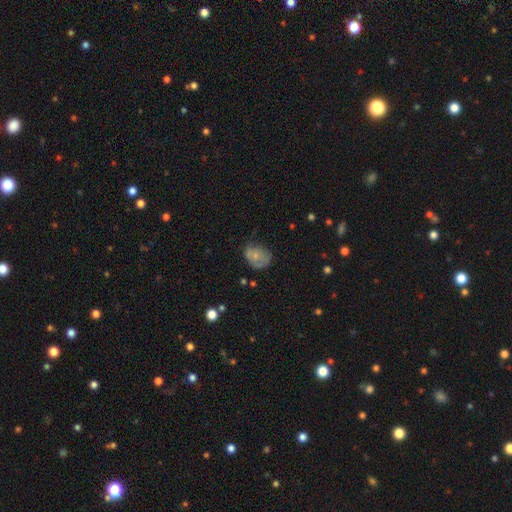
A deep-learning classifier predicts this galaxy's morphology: Overall: smooth (61%; featured or disk 30%). How rounded: in between (54%; round 45%). Merging: none (47%; minor disturbance 34%).